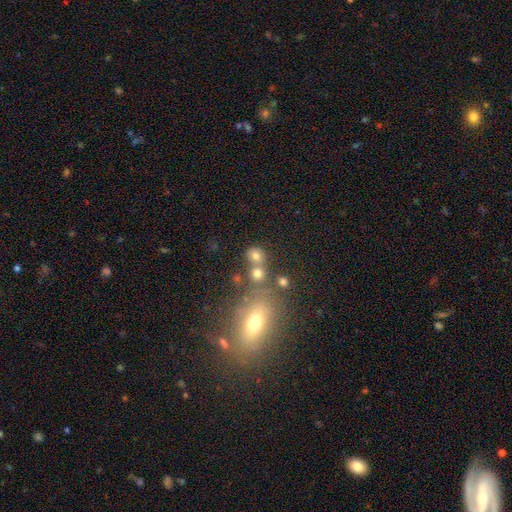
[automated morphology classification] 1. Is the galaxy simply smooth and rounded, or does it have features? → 70% smooth, 17% star or artifact, 13% featured or disk.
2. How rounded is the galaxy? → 73% round, 26% in between, 1% cigar-shaped.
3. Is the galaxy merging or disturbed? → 51% none, 33% merger, 10% minor disturbance, 6% major disturbance.